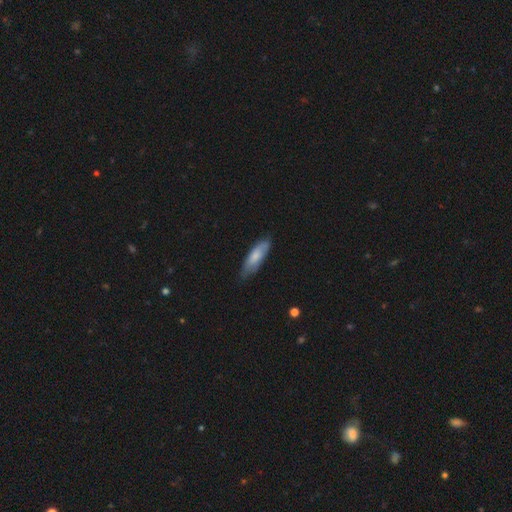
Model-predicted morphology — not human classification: Q: Smooth or featured?
A: smooth (72%); runner-up: featured or disk (23%)
Q: How rounded?
A: in between (53%); runner-up: cigar-shaped (45%)
Q: Merging?
A: none (70%); runner-up: minor disturbance (25%)